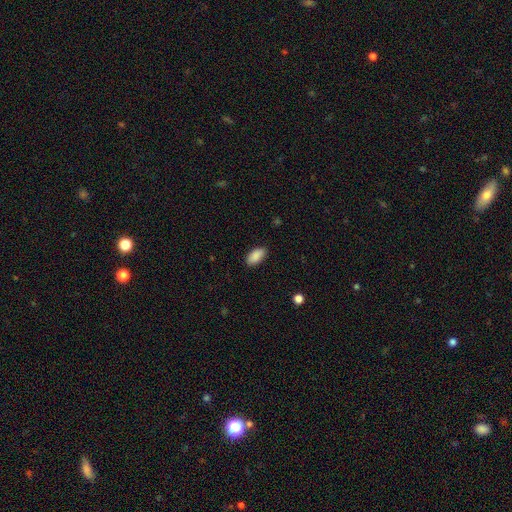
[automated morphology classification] Smooth or featured: smooth — 90% (star or artifact — 7%)
How rounded: in between — 93% (cigar-shaped — 4%)
Merging: none — 86% (minor disturbance — 10%)